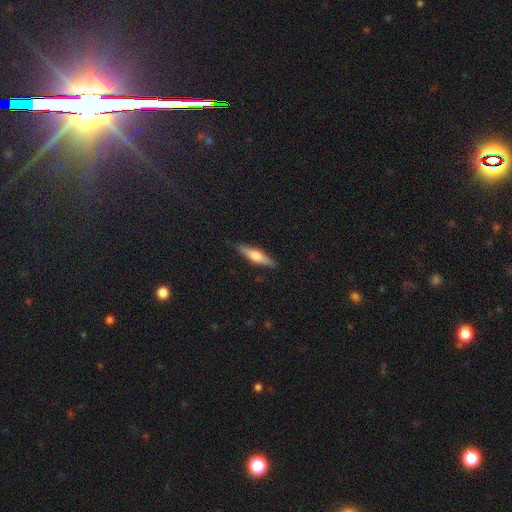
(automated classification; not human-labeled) Q: Smooth or featured?
A: featured or disk (47%); tied with: smooth (47%)
Q: Merging?
A: none (88%); runner-up: minor disturbance (9%)